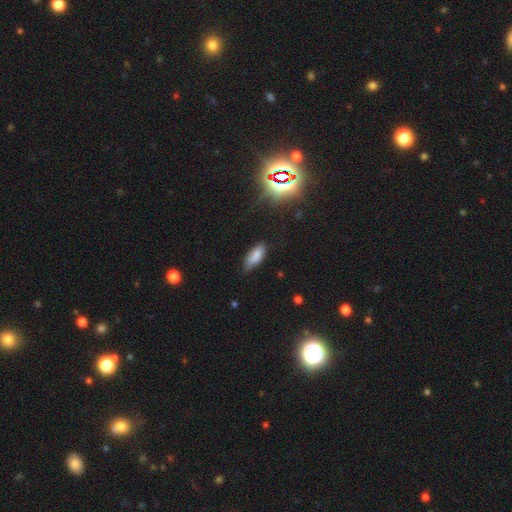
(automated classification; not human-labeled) smooth_or_featured: smooth (p=0.81) [alt: star or artifact p=0.11]
how_rounded: in between (p=0.80) [alt: cigar-shaped p=0.18]
merging: none (p=0.69) [alt: minor disturbance p=0.25]